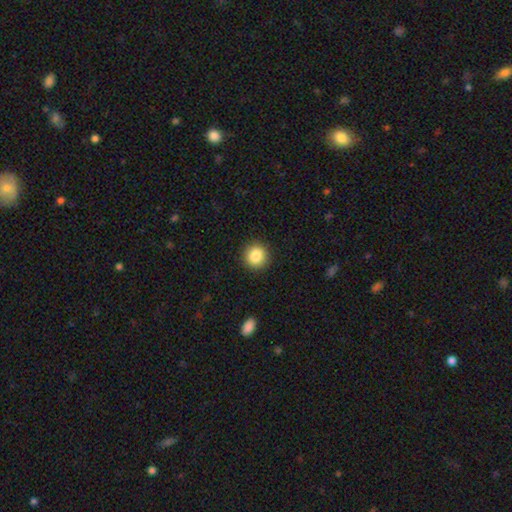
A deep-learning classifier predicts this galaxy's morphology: Smooth or featured? smooth (87%)
How rounded? round (92%)
Merging? none (91%)